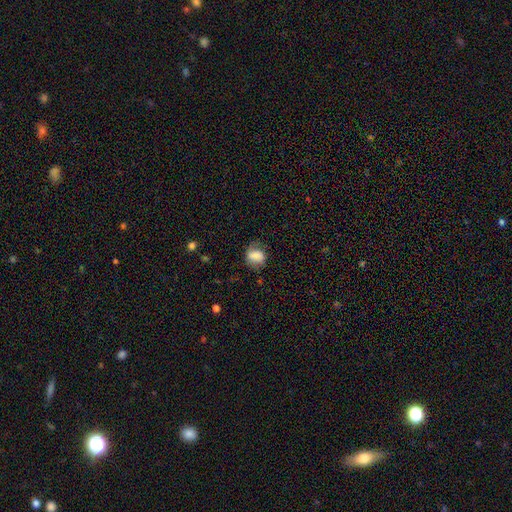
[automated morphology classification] The model was most divided on "how rounded": in between: 51%, round: 48%, cigar-shaped: 1%. More confident: smooth or featured — smooth (72%); merging — none (51%).